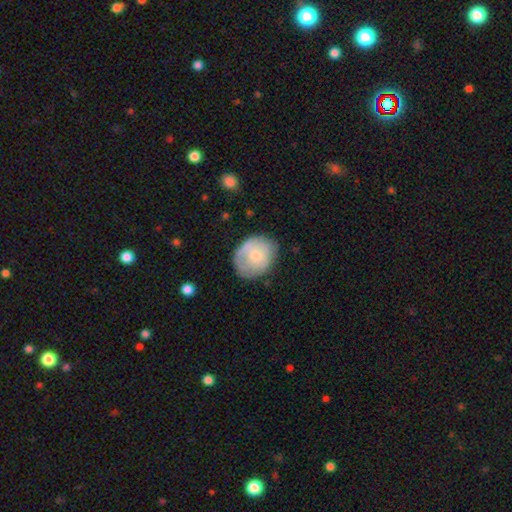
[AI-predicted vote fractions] A smooth galaxy with no disk features (62%) that is round (62%).

Vote fractions:
- Smooth or featured? smooth: 62% / featured or disk: 31% / star or artifact: 7%
- How rounded? round: 62% / in between: 37% / cigar-shaped: 1%
- Merging? none: 63% / minor disturbance: 26% / major disturbance: 9% / merger: 2%